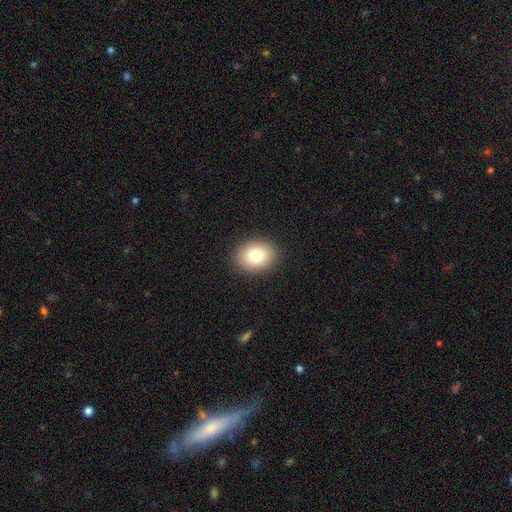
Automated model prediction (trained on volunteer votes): Overall: smooth (80%). How rounded: in between (50%; round 49%). Merging: none (90%).